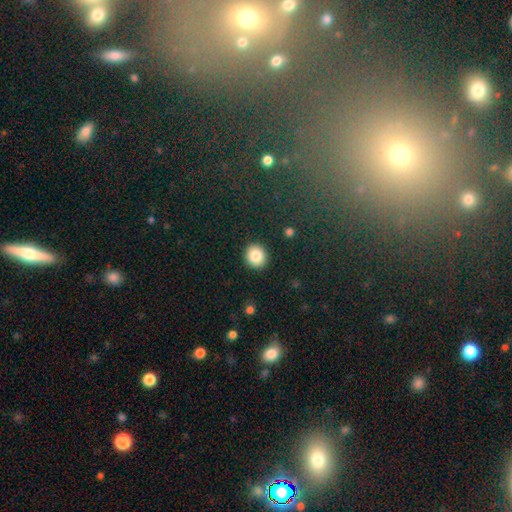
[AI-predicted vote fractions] This appears to be a smooth galaxy with no disk features (84%) that is round (82%). Merging: none (92%).